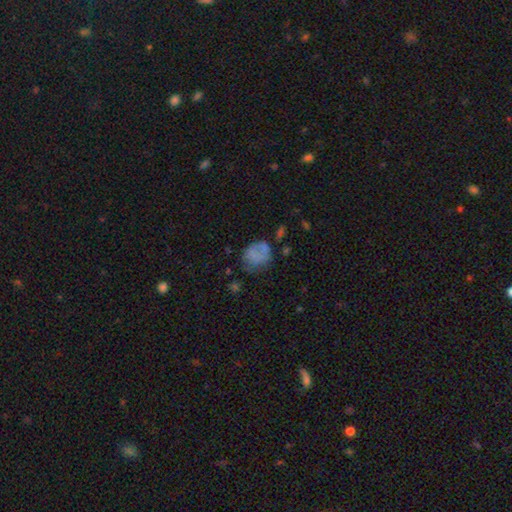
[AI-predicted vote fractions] Smooth or featured? smooth (69%)
How rounded? round (60%)
Merging? none (44%)